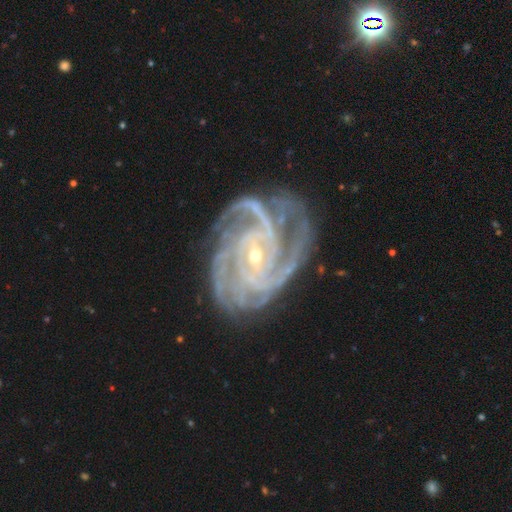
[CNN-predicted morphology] smooth-or-featured: featured or disk: 93% | star or artifact: 5% | smooth: 2%
  disk-edge-on: no: 98% | yes: 2%
    bar: no: 47% | weak: 34% | strong: 19%
    has-spiral-arms: yes: 99% | no: 1%
      spiral-winding: tight: 69% | medium: 28% | loose: 4%
      spiral-arm-count: 4: 32% | 3: 25% | more than 4: 12% | can't tell: 12% | 2: 11% | 1: 8%
    bulge-size: small: 76% | moderate: 21% | large: 1% | none: 1% | dominant: 1%
  merging: none: 72% | minor disturbance: 18% | major disturbance: 8% | merger: 2%